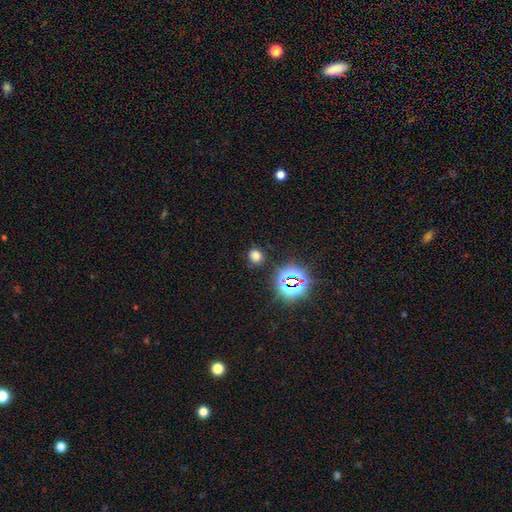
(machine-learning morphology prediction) A smooth galaxy with no disk features (65%) that is round (77%). Merging: none (83%).